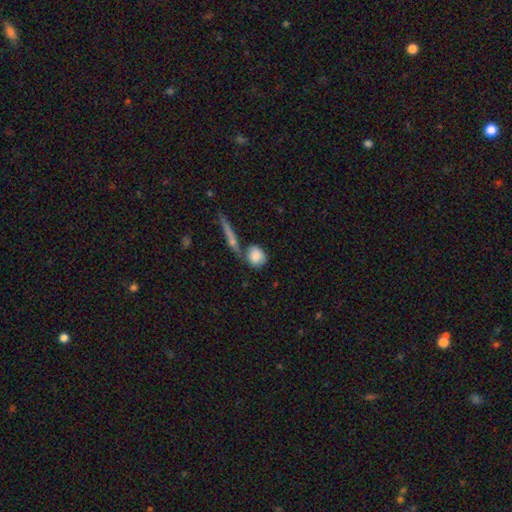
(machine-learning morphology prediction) smooth-or-featured: smooth: 82% | featured or disk: 10% | star or artifact: 7%
  how-rounded: round: 68% | in between: 25% | cigar-shaped: 7%
  merging: none: 54% | merger: 24% | minor disturbance: 15% | major disturbance: 7%